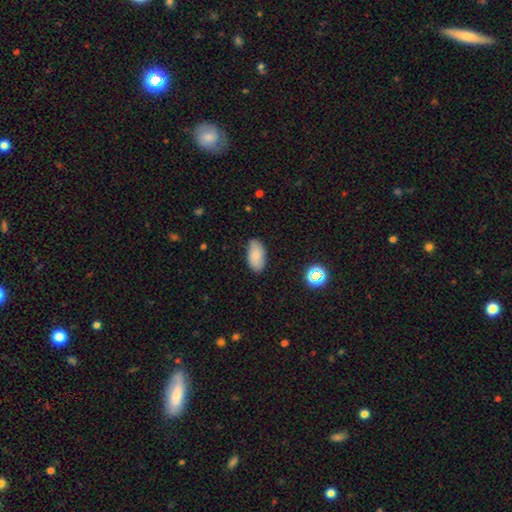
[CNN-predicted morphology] Smooth or featured: smooth — 85% (star or artifact — 8%)
How rounded: in between — 94% (cigar-shaped — 3%)
Merging: none — 81% (minor disturbance — 15%)